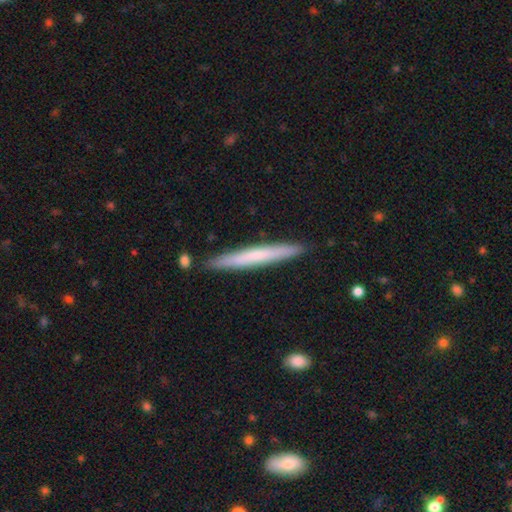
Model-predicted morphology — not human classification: The model was most divided on "smooth or featured": smooth: 56%, featured or disk: 39%, star or artifact: 6%. More confident: how rounded — cigar-shaped (96%); merging — none (90%).